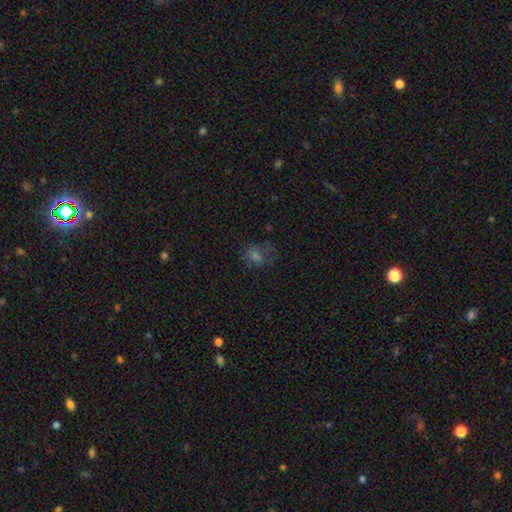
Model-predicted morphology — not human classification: This is possibly a smooth galaxy (53%). How rounded: likely round (62%). Merging: likely none (63%).